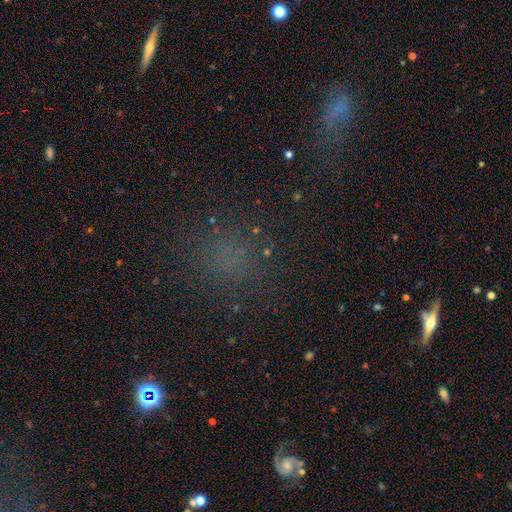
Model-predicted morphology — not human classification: Q: Smooth or featured?
A: smooth (53%); runner-up: star or artifact (38%)
Q: How rounded?
A: round (73%); runner-up: in between (23%)
Q: Merging?
A: none (75%); runner-up: minor disturbance (13%)